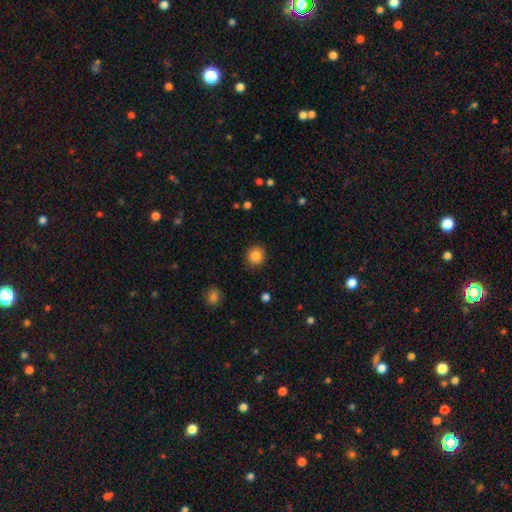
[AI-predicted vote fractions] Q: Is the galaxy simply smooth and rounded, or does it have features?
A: smooth — 86%.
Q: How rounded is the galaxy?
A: round — 88%.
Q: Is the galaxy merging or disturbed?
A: none — 90%.